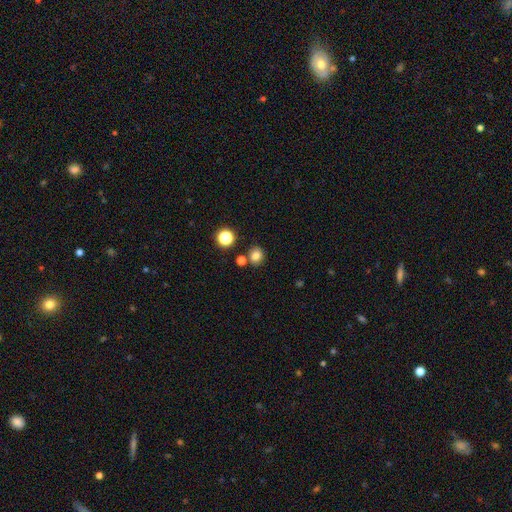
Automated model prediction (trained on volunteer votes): This appears to be a smooth galaxy with no disk features (80%) that is round (77%). Merging: none (78%).